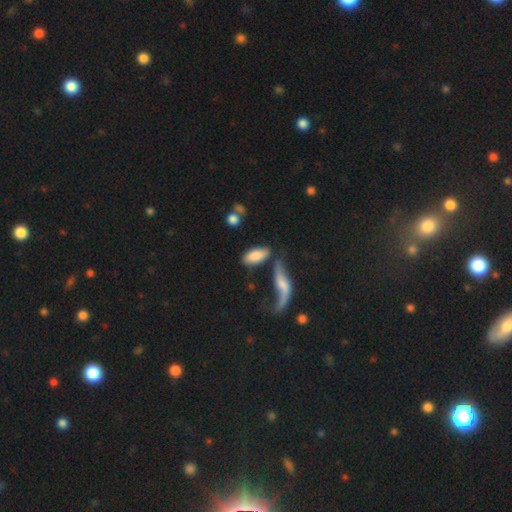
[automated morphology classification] A smooth galaxy with no disk features (75%) that is in between round and cigar-shaped (89%). Merging: none (54%).